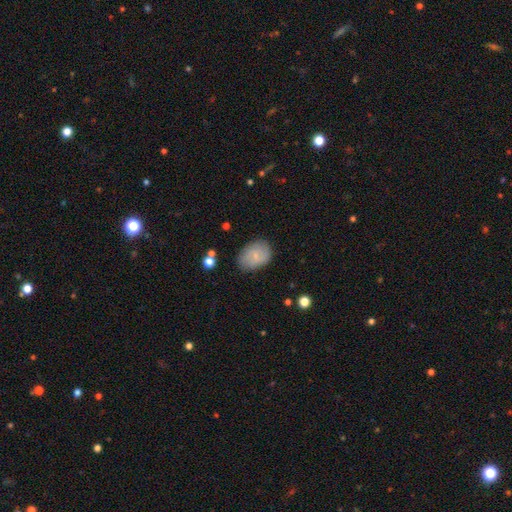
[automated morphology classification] Smooth or featured: smooth — 72% (featured or disk — 20%)
How rounded: in between — 80% (round — 19%)
Merging: none — 75% (minor disturbance — 18%)